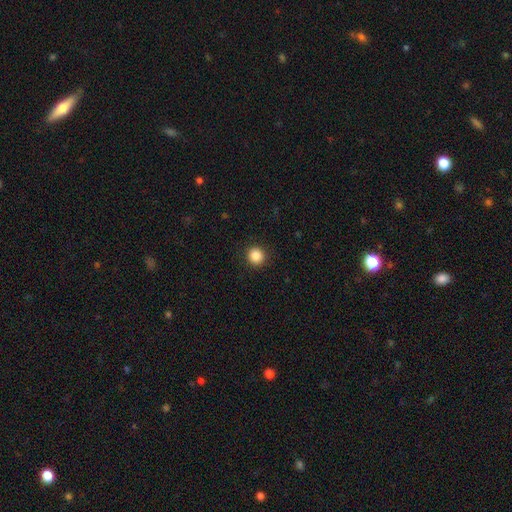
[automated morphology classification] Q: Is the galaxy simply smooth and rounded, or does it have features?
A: smooth — 87%.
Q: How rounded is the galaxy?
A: round — 94%.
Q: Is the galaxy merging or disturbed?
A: none — 92%.